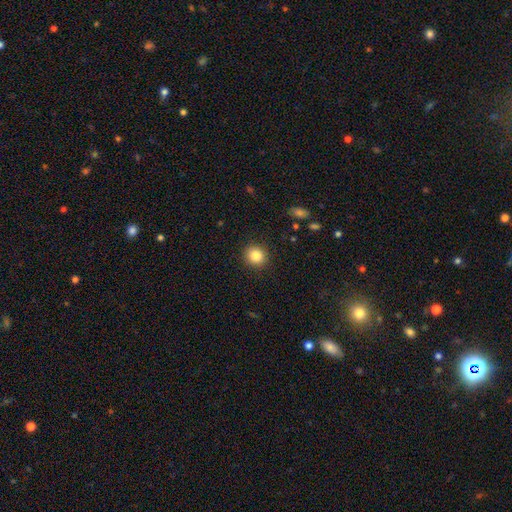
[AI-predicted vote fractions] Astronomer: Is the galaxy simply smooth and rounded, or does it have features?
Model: smooth — 85%.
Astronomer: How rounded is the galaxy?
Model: round — 89%.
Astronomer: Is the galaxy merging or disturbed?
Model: none — 91%.